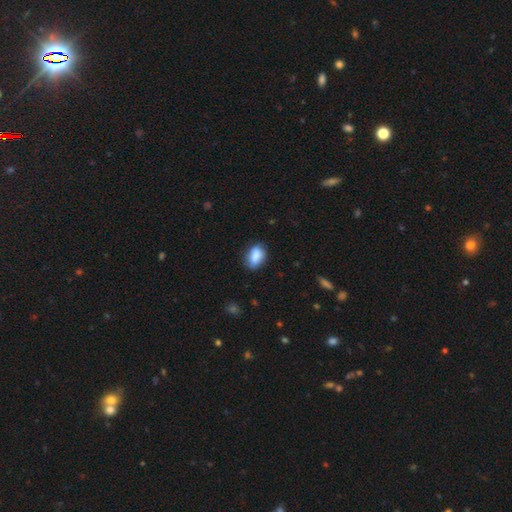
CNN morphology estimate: Smooth or featured: smooth — 85% (featured or disk — 7%)
How rounded: in between — 85% (round — 12%)
Merging: none — 75% (minor disturbance — 20%)